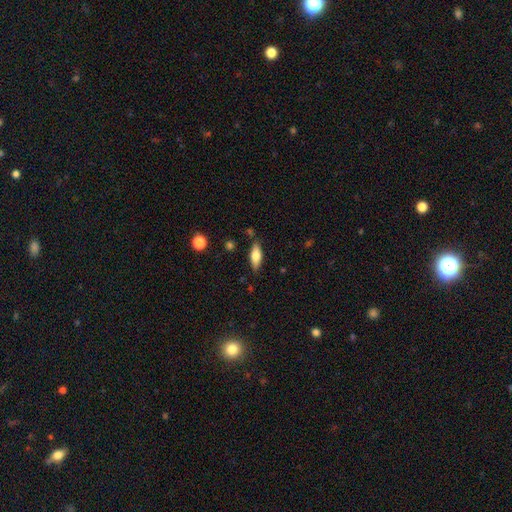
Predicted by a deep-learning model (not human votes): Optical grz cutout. It shows a smooth galaxy with no disk features (72%) that is in between round and cigar-shaped (71%). Merging: none (81%).